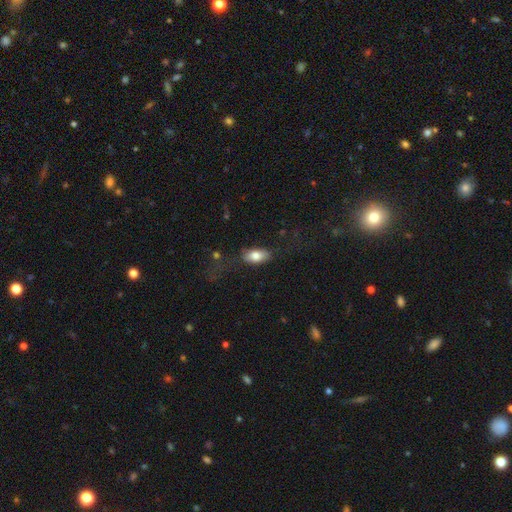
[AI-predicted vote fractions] A smooth galaxy with no disk features (79%) that is in between round and cigar-shaped (90%).

Vote fractions:
- Smooth or featured? smooth: 79% / featured or disk: 14% / star or artifact: 7%
- How rounded? in between: 90% / cigar-shaped: 5% / round: 5%
- Merging? none: 67% / minor disturbance: 18% / major disturbance: 13% / merger: 3%